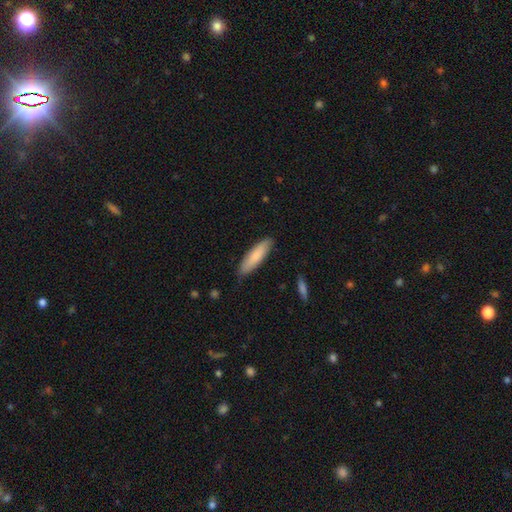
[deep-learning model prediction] smooth-or-featured: smooth: 80% | featured or disk: 15% | star or artifact: 5%
  how-rounded: cigar-shaped: 66% | in between: 33% | round: 1%
  merging: none: 84% | minor disturbance: 12% | major disturbance: 2% | merger: 1%